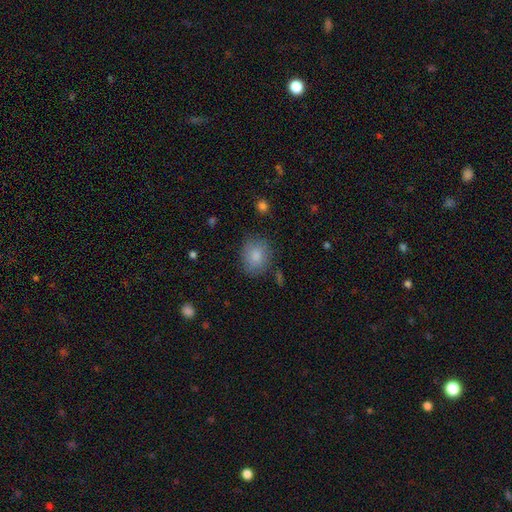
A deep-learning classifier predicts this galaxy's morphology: A smooth galaxy with no disk features (83%) that is round (58%).

Vote fractions:
- Smooth or featured? smooth: 83% / featured or disk: 9% / star or artifact: 8%
- How rounded? round: 58% / in between: 41% / cigar-shaped: 1%
- Merging? none: 77% / minor disturbance: 16% / major disturbance: 5% / merger: 2%